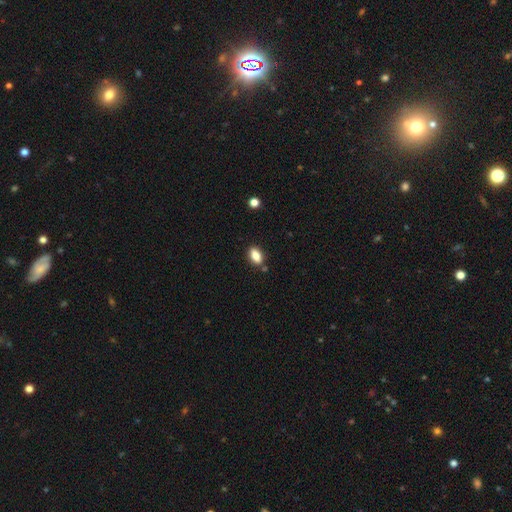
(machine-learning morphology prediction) Smooth or featured: smooth — 84% (star or artifact — 8%)
How rounded: in between — 87% (round — 7%)
Merging: none — 82% (minor disturbance — 11%)